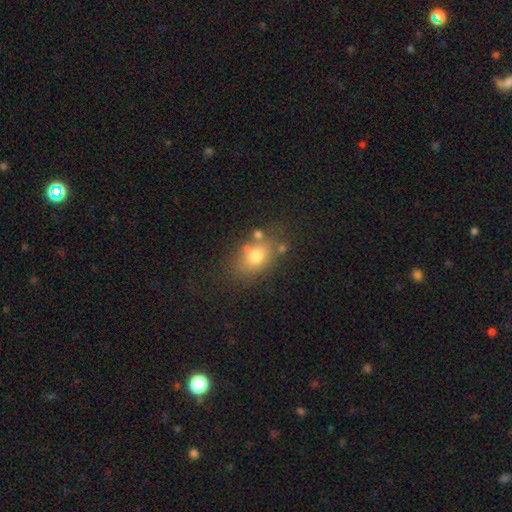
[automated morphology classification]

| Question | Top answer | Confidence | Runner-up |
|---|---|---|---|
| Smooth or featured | smooth | 73% | featured or disk (15%) |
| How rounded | in between | 74% | round (24%) |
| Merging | none | 66% | minor disturbance (16%) |